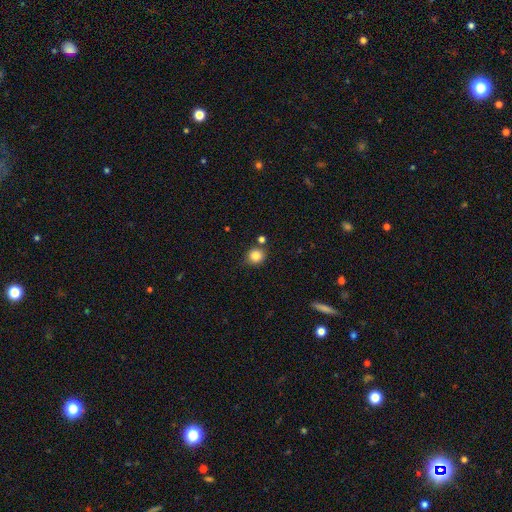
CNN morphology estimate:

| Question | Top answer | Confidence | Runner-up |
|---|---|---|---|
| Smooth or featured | smooth | 84% | star or artifact (11%) |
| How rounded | round | 84% | in between (15%) |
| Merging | none | 79% | minor disturbance (10%) |